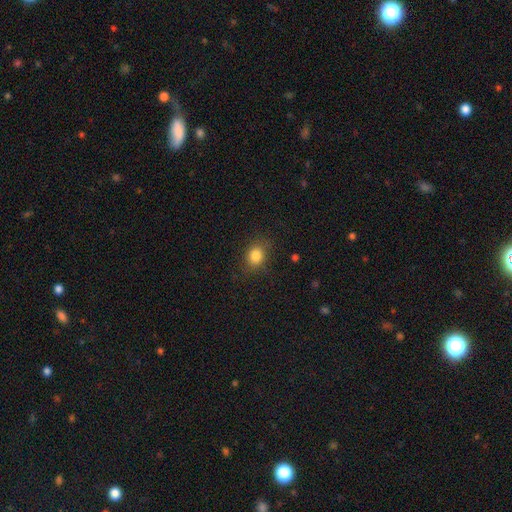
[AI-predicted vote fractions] Overall: smooth (84%). How rounded: round (55%; in between 44%). Merging: none (82%).